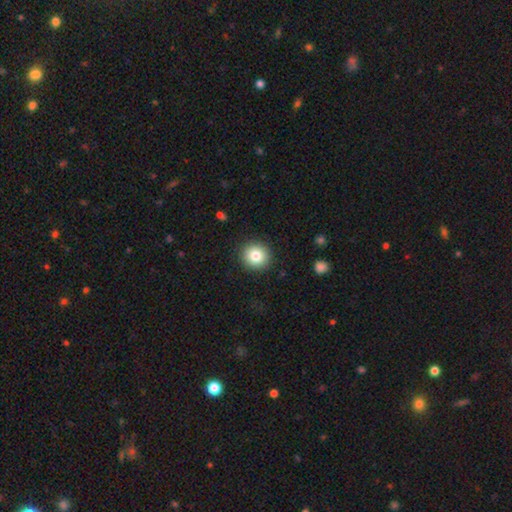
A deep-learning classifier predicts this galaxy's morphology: smooth 81%, star or artifact 10%, featured or disk 9%. Down the decision tree: how rounded — round (92%); merging — none (91%).